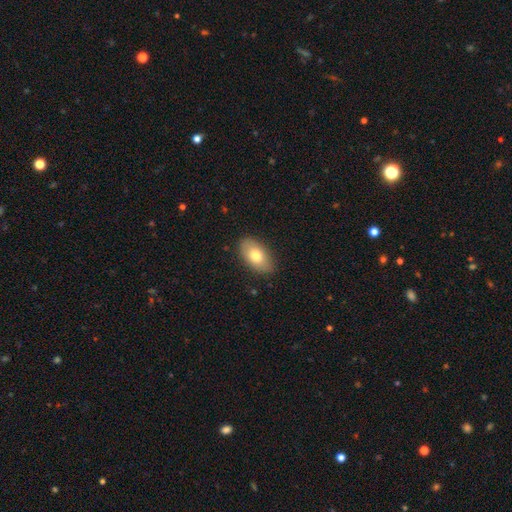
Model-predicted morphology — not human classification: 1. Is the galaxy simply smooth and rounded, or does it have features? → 75% smooth, 18% featured or disk, 7% star or artifact.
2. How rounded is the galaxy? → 93% in between, 5% round, 2% cigar-shaped.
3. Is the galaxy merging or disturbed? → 86% none, 11% minor disturbance, 2% major disturbance, 1% merger.